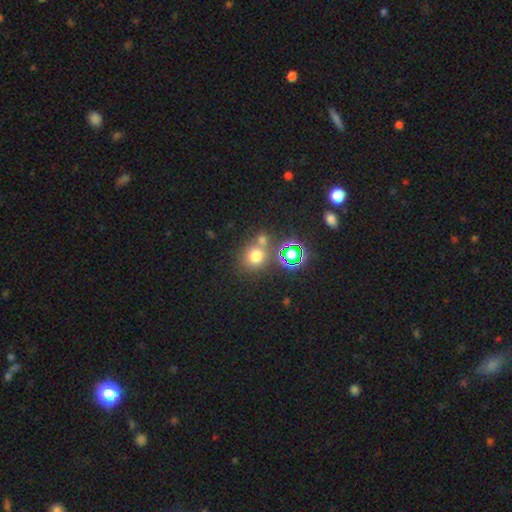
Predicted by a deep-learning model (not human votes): The model was most divided on "merging": none: 57%, merger: 29%, minor disturbance: 9%, major disturbance: 4%. More confident: how rounded — round (82%); smooth or featured — smooth (69%).